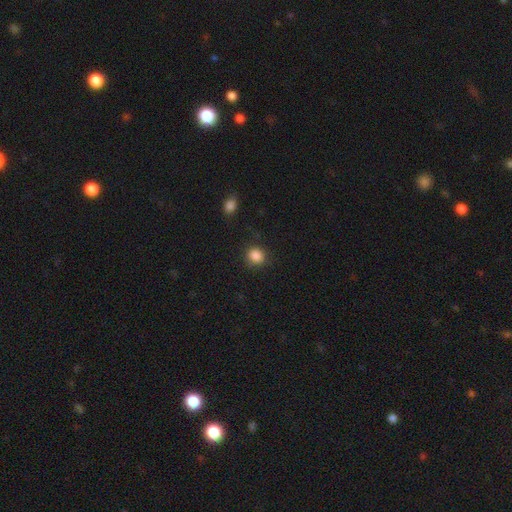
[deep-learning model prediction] The model was most divided on "how rounded": round: 76%, in between: 23%, cigar-shaped: 1%. More confident: smooth or featured — smooth (87%); merging — none (85%).